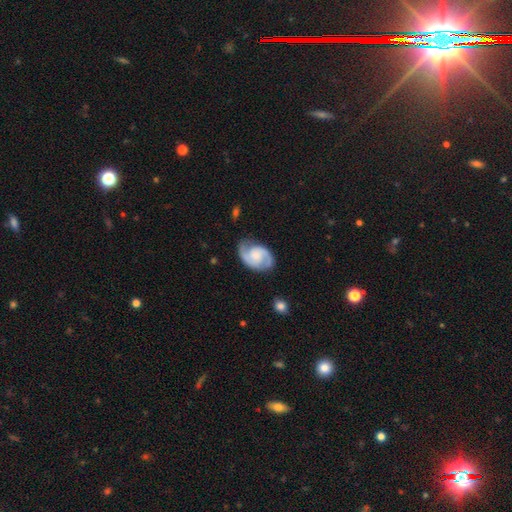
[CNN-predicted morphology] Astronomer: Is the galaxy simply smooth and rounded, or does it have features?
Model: featured or disk — 86%.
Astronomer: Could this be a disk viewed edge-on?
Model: no — 98%.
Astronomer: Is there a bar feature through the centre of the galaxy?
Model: no — 58% (runner-up: weak, 35%).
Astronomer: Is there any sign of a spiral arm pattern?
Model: yes — 97%.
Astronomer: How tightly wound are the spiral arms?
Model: medium — 52% (runner-up: tight, 32%).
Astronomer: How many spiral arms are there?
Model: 2 — 91%.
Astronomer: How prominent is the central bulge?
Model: small — 33% (runner-up: moderate, 30%).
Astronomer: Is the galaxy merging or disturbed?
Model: none — 76%.